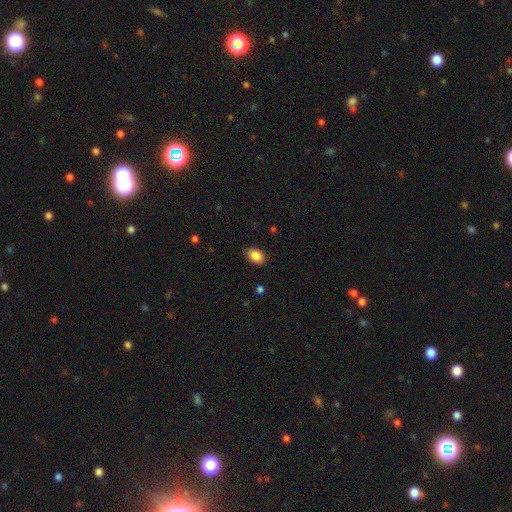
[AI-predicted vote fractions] Smooth or featured: smooth — 88% (star or artifact — 8%)
How rounded: in between — 80% (round — 19%)
Merging: none — 88% (minor disturbance — 8%)